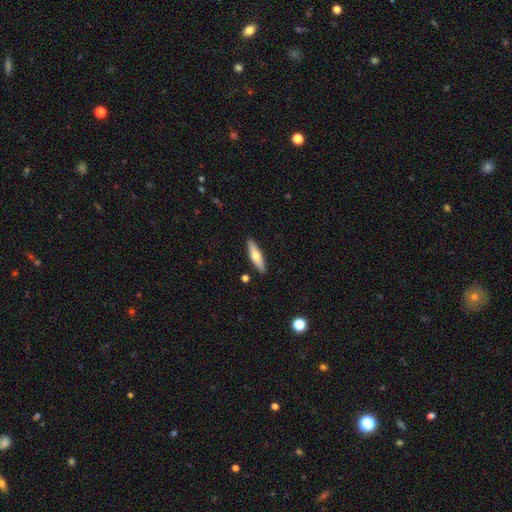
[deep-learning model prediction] Smooth or featured?
  - smooth: 60% *
  - featured or disk: 35%
  - star or artifact: 6%
How rounded?
  - cigar-shaped: 71% *
  - in between: 28%
  - round: 2%
Merging?
  - none: 89% *
  - minor disturbance: 7%
  - merger: 2%
  - major disturbance: 2%